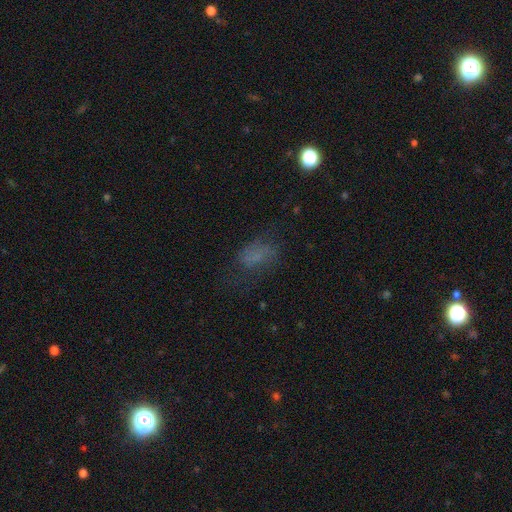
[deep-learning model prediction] This appears to be a smooth galaxy with no disk features (55%) that is in between round and cigar-shaped (84%). Merging: none (50%).